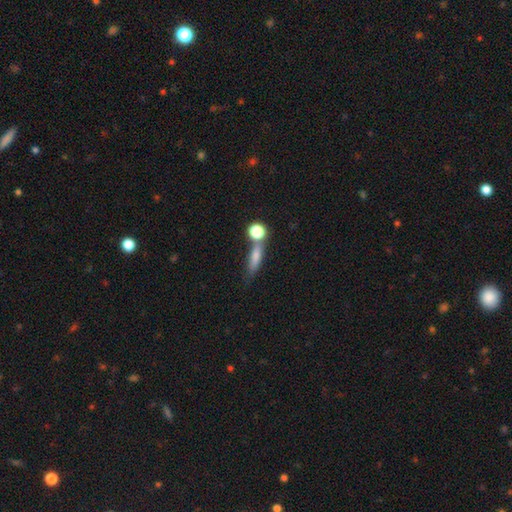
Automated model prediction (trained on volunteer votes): Morphology: type=smooth (72%); roundness=cigar-shaped (51%); merging=none (51%).